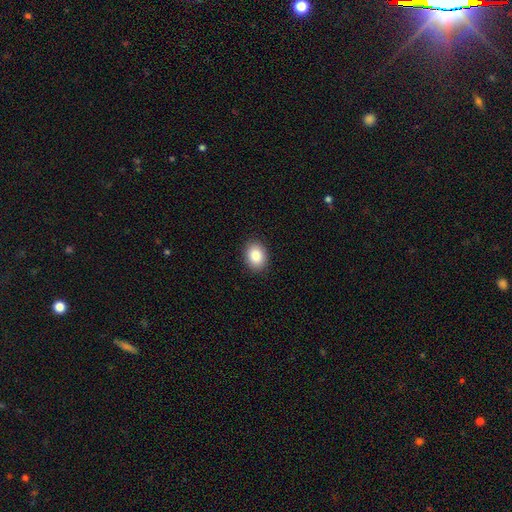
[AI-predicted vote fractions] A smooth galaxy with no disk features (87%) that is in between round and cigar-shaped (62%).

Vote fractions:
- Smooth or featured? smooth: 87% / star or artifact: 8% / featured or disk: 5%
- How rounded? in between: 62% / round: 37% / cigar-shaped: 1%
- Merging? none: 90% / minor disturbance: 7% / major disturbance: 2% / merger: 1%